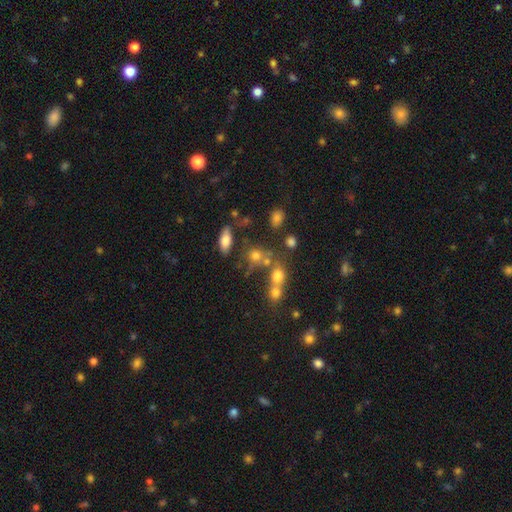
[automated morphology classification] A smooth galaxy with no disk features (67%) that is round (63%).

Vote fractions:
- Smooth or featured? smooth: 67% / star or artifact: 18% / featured or disk: 16%
- How rounded? round: 63% / in between: 34% / cigar-shaped: 3%
- Merging? none: 42% / merger: 38% / minor disturbance: 12% / major disturbance: 8%